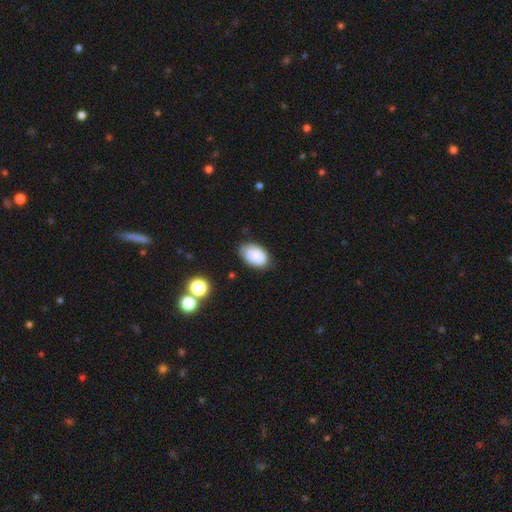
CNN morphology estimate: type=smooth (82%); roundness=in between (91%); merging=none (68%).